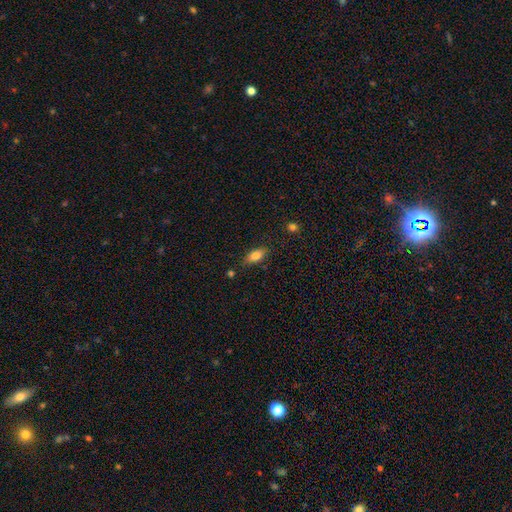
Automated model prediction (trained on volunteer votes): This appears to be a smooth galaxy with no disk features (80%) that is in between round and cigar-shaped (85%). Merging: none (78%).